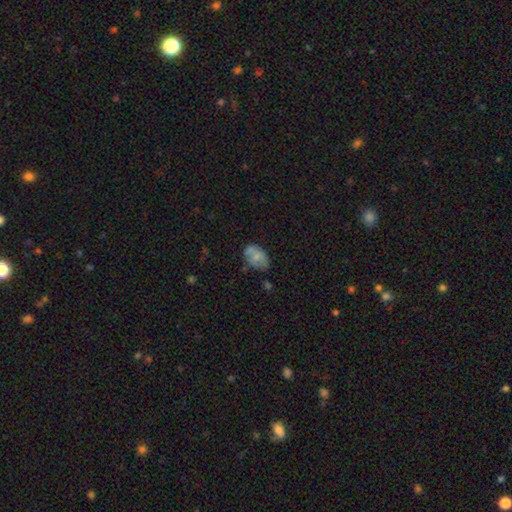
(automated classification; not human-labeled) The model was most divided on "merging": none: 54%, minor disturbance: 28%, major disturbance: 10%, merger: 7%. More confident: how rounded — in between (82%); smooth or featured — smooth (68%).